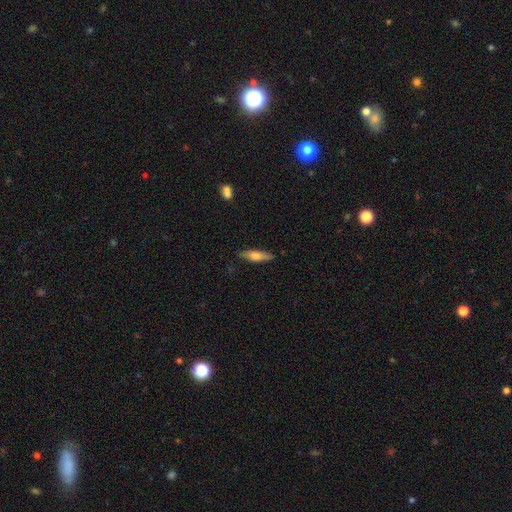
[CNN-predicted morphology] Q: Smooth or featured?
A: smooth (59%); runner-up: featured or disk (35%)
Q: How rounded?
A: cigar-shaped (71%); runner-up: in between (27%)
Q: Merging?
A: none (84%); runner-up: minor disturbance (12%)